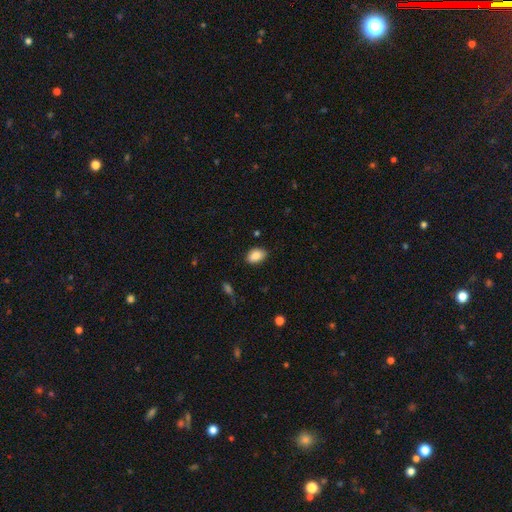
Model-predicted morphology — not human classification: Overall: smooth (87%). How rounded: in between (86%). Merging: none (83%).